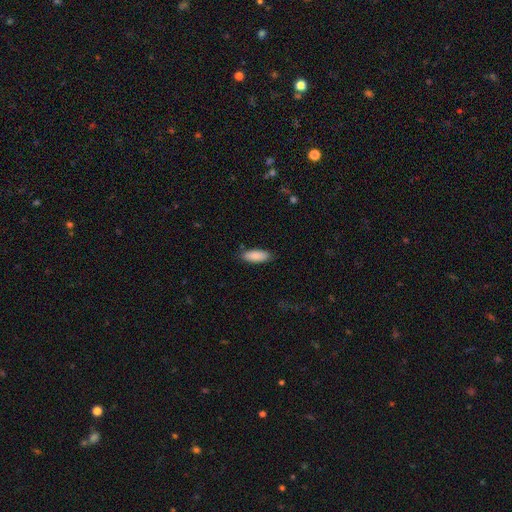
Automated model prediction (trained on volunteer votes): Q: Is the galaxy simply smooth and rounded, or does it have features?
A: smooth — 89%.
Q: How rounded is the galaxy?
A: in between — 75%.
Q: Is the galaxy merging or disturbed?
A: none — 85%.